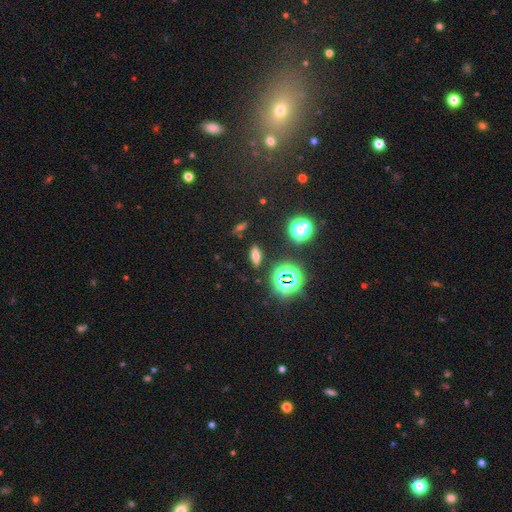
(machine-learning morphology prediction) A smooth galaxy with no disk features (57%) that is in between round and cigar-shaped (55%).

Vote fractions:
- Smooth or featured? smooth: 57% / star or artifact: 30% / featured or disk: 13%
- How rounded? in between: 55% / cigar-shaped: 35% / round: 10%
- Merging? none: 86% / minor disturbance: 8% / merger: 3% / major disturbance: 3%